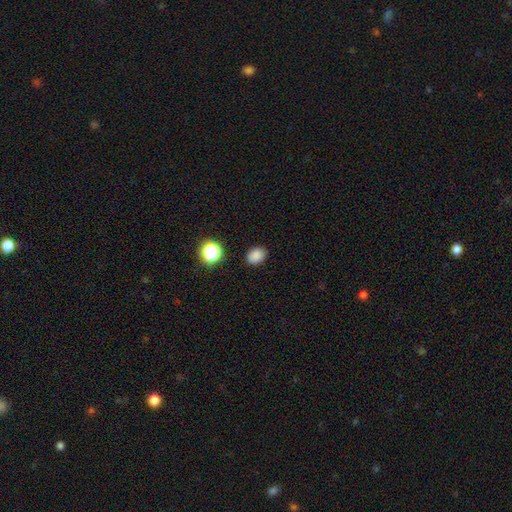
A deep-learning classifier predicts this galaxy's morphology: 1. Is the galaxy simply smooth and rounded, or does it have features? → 84% smooth, 12% star or artifact, 4% featured or disk.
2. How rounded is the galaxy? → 62% in between, 37% round, 1% cigar-shaped.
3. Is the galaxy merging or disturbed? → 87% none, 9% minor disturbance, 2% major disturbance, 2% merger.